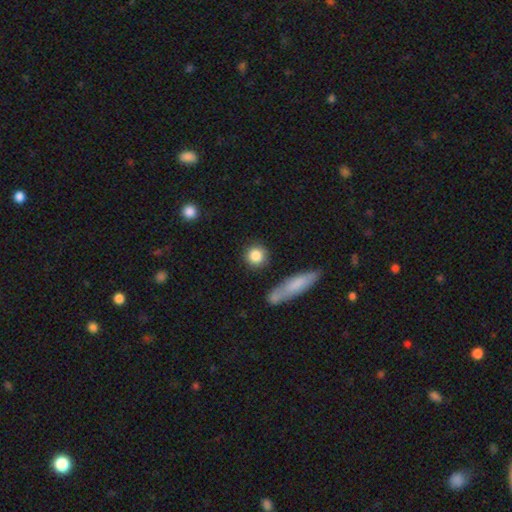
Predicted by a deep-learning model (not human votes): Overall: smooth (85%). How rounded: round (88%). Merging: none (84%).